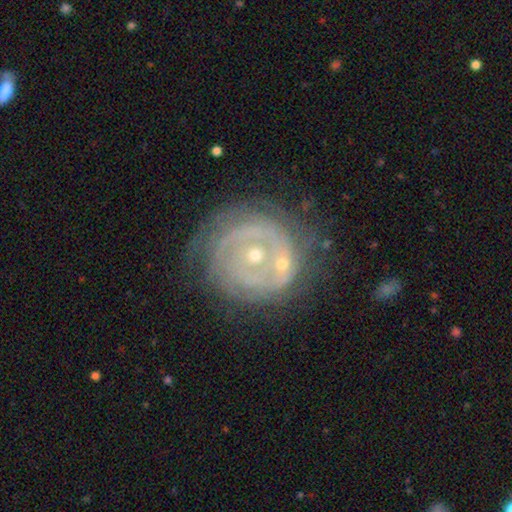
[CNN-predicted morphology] This is likely a featured or disk galaxy (75%). It is clearly not viewed edge-on (97%). Bar: clearly no (83%). Spiral arm pattern: likely yes (63%). Central bulge: likely small (64%). Merging: possibly none (57%).